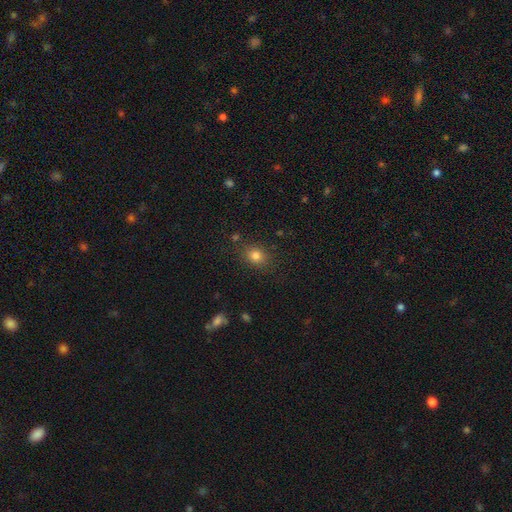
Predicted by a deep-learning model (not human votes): A smooth galaxy with no disk features (80%) that is round (60%). Merging: none (84%).